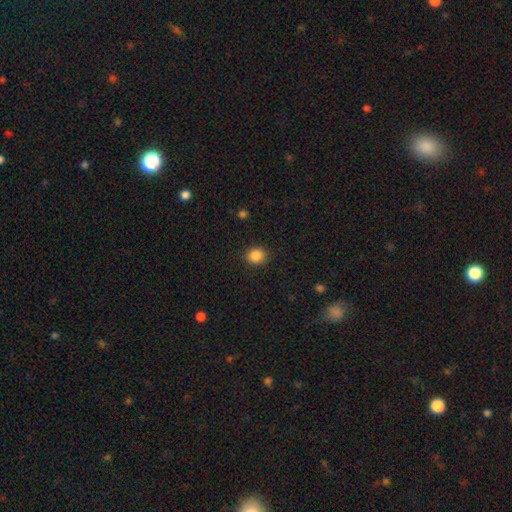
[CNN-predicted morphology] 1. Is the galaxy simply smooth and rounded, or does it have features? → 86% smooth, 10% star or artifact, 4% featured or disk.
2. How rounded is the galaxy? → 79% round, 20% in between, 1% cigar-shaped.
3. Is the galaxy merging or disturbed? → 89% none, 7% minor disturbance, 2% major disturbance, 1% merger.